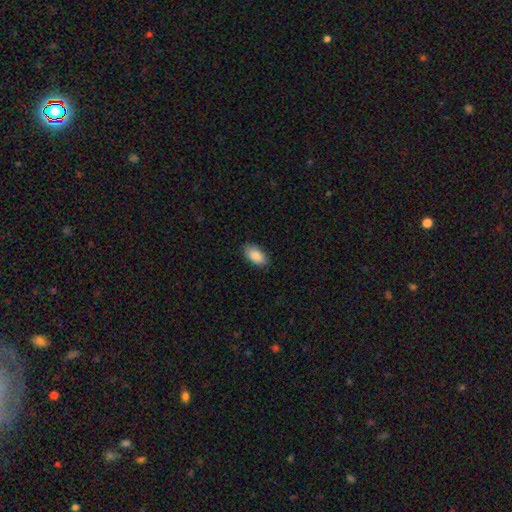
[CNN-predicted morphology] Smooth or featured: smooth — 89% (star or artifact — 6%)
How rounded: in between — 94% (round — 3%)
Merging: none — 87% (minor disturbance — 10%)